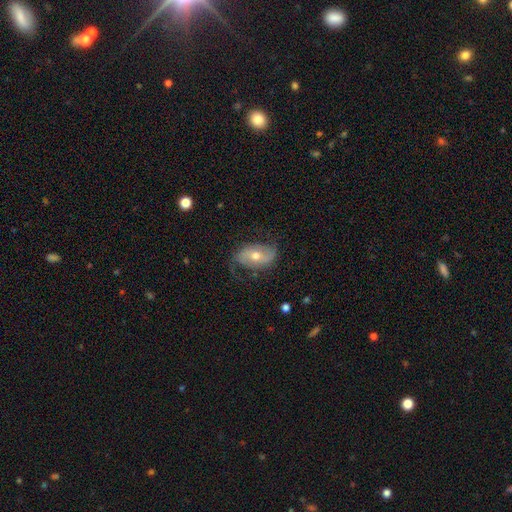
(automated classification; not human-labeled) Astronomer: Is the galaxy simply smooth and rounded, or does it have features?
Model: featured or disk — 70%.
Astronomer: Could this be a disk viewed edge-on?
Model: no — 94%.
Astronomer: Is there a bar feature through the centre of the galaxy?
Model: no — 48% (runner-up: weak, 33%).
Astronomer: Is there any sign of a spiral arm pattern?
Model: yes — 87%.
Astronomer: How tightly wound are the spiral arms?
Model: loose — 56% (runner-up: medium, 31%).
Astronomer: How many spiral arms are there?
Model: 2 — 87%.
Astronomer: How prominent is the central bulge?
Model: moderate — 67%.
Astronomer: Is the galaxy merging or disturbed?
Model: none — 65%.